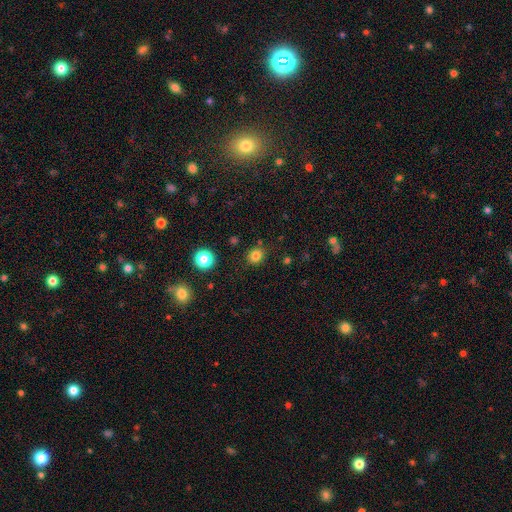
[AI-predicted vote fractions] The model was most divided on "how rounded": round: 80%, in between: 19%, cigar-shaped: 1%. More confident: merging — none (85%); smooth or featured — smooth (80%).